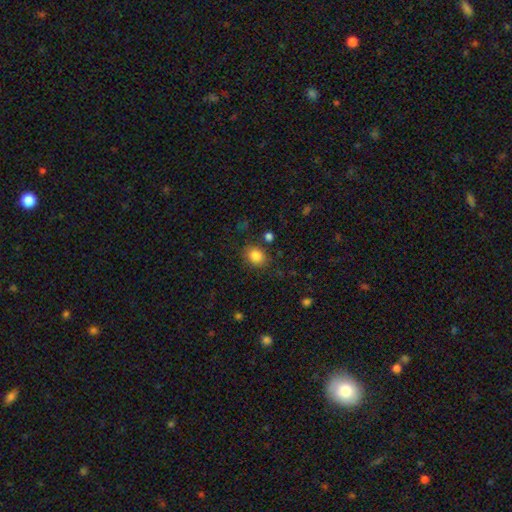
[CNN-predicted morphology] type=smooth (84%); roundness=round (53%); merging=none (81%).